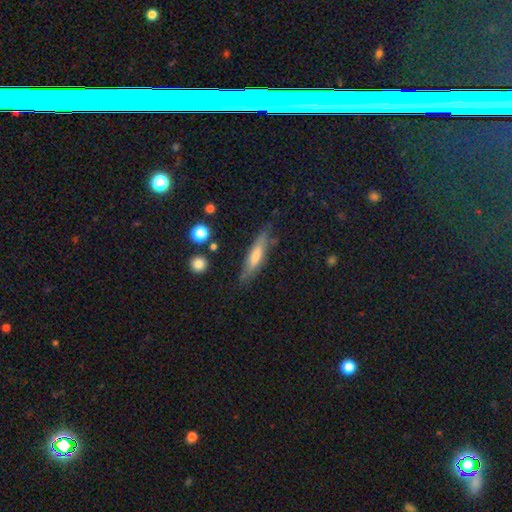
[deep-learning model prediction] Smooth or featured?
  - smooth: 55% *
  - featured or disk: 38%
  - star or artifact: 7%
How rounded?
  - cigar-shaped: 82% *
  - in between: 16%
  - round: 2%
Merging?
  - none: 78% *
  - minor disturbance: 16%
  - major disturbance: 4%
  - merger: 3%